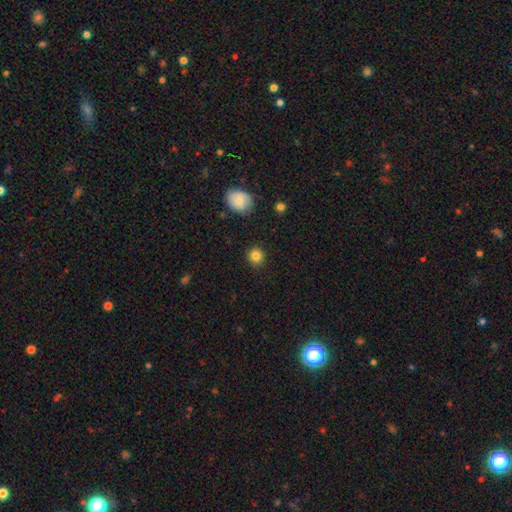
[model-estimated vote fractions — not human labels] Smooth or featured? smooth (85%)
How rounded? round (89%)
Merging? none (89%)